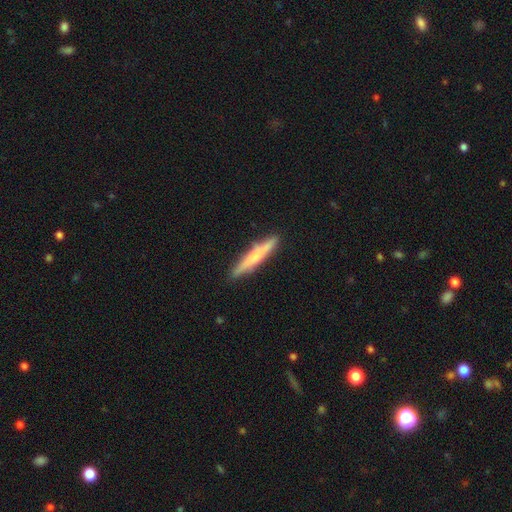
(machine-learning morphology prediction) smooth-or-featured: smooth: 55% | featured or disk: 40% | star or artifact: 6%
  how-rounded: cigar-shaped: 93% | in between: 5% | round: 1%
  merging: none: 86% | minor disturbance: 10% | merger: 2% | major disturbance: 2%